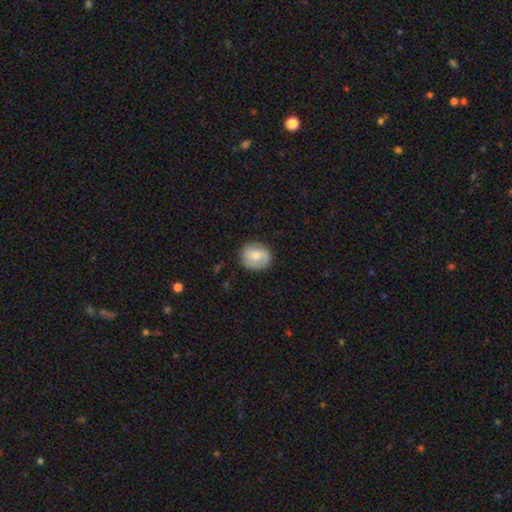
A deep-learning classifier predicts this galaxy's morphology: Smooth or featured?
  - smooth: 58% *
  - featured or disk: 35%
  - star or artifact: 7%
How rounded?
  - round: 84% *
  - in between: 15%
  - cigar-shaped: 1%
Merging?
  - none: 84% *
  - minor disturbance: 12%
  - major disturbance: 3%
  - merger: 1%